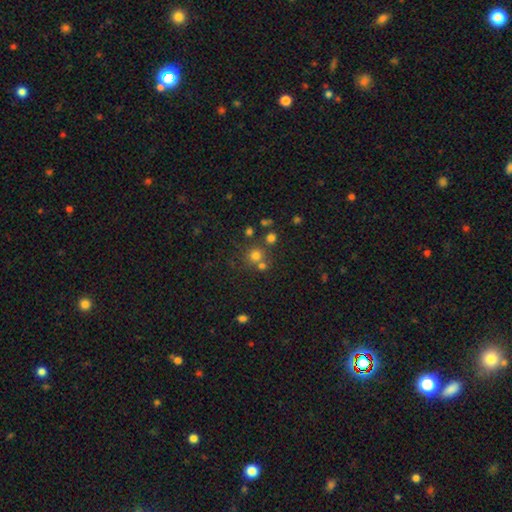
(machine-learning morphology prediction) smooth 70%, star or artifact 21%, featured or disk 9%. Down the decision tree: how rounded — round (90%); merging — none (63%).